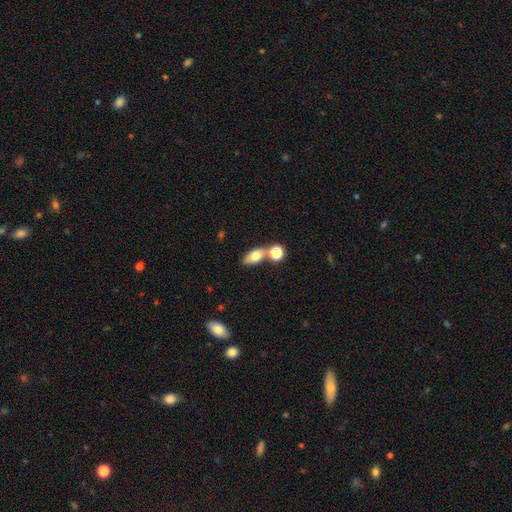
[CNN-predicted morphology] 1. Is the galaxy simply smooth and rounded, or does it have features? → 73% smooth, 18% featured or disk, 9% star or artifact.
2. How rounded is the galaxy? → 77% in between, 13% round, 10% cigar-shaped.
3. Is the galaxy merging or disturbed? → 47% none, 38% merger, 10% minor disturbance, 4% major disturbance.